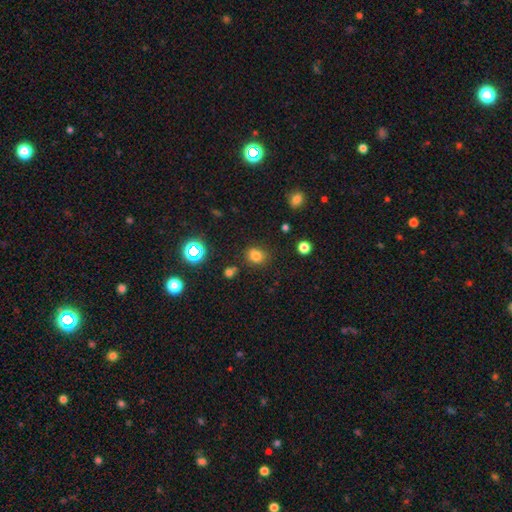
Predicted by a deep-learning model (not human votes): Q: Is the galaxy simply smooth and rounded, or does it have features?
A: smooth — 77%.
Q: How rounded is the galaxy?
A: round — 63%.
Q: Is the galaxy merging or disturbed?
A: none — 81%.